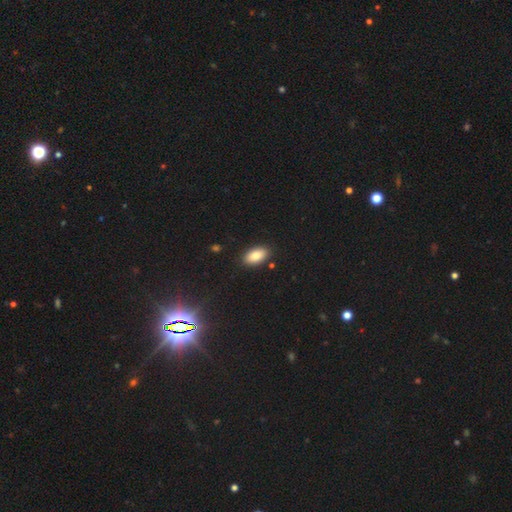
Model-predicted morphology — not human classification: The model was most divided on "merging": none: 88%, minor disturbance: 9%, major disturbance: 2%, merger: 2%. More confident: how rounded — in between (93%); smooth or featured — smooth (87%).